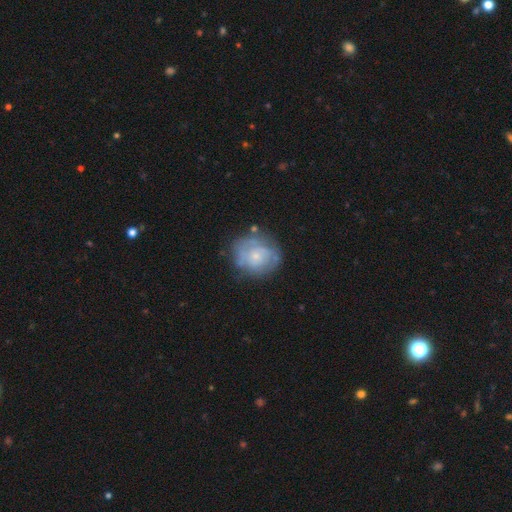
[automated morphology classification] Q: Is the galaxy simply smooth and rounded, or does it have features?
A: featured or disk — 54%.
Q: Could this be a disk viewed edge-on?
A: no — 97%.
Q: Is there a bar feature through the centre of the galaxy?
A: no — 84%.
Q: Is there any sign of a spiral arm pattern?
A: no — 50%, tied with yes.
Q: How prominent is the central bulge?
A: small — 64%.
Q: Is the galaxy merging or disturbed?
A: none — 62%.